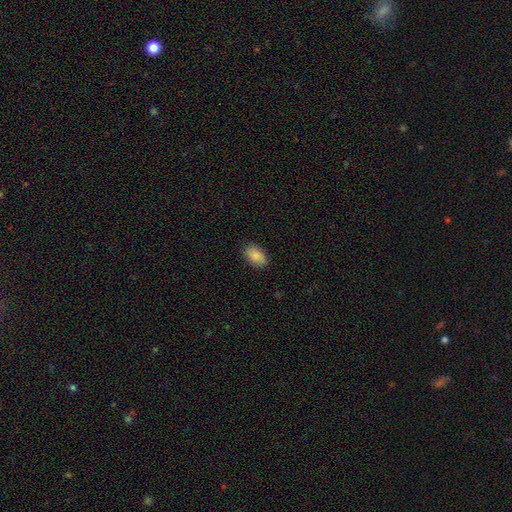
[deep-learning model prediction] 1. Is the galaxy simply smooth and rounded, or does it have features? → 90% smooth, 7% star or artifact, 4% featured or disk.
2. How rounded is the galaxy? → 93% in between, 5% round, 2% cigar-shaped.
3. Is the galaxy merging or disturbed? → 87% none, 10% minor disturbance, 2% major disturbance, 1% merger.